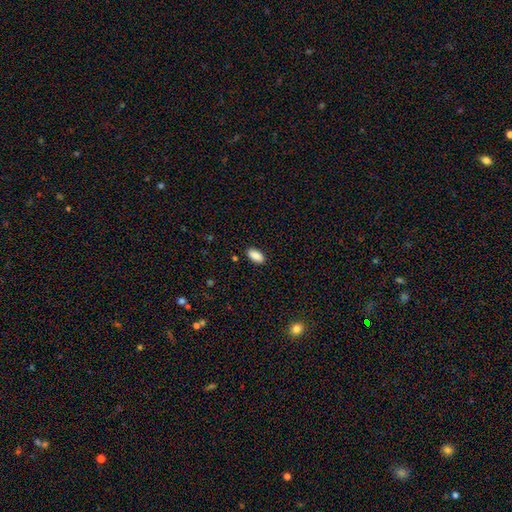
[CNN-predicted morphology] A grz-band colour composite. It shows a smooth galaxy with no disk features (88%) that is in between round and cigar-shaped (91%). Merging: none (89%).